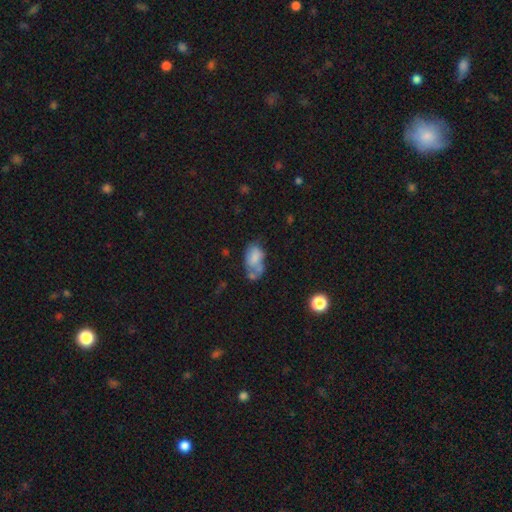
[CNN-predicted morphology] This is possibly a smooth galaxy (50%). Merging: marginally none (41%).